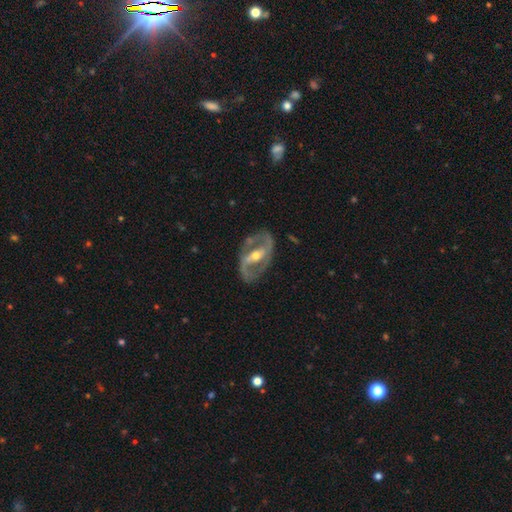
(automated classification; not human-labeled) Overall: featured or disk (87%). Edge-on disk: no (94%). Bar: strong (54%; weak 30%). Spiral arms: yes (83%). Spiral arm count: 2 (89%). Spiral winding: medium (51%; tight 26%). Bulge size: moderate (67%; small 27%). Merging: none (78%).